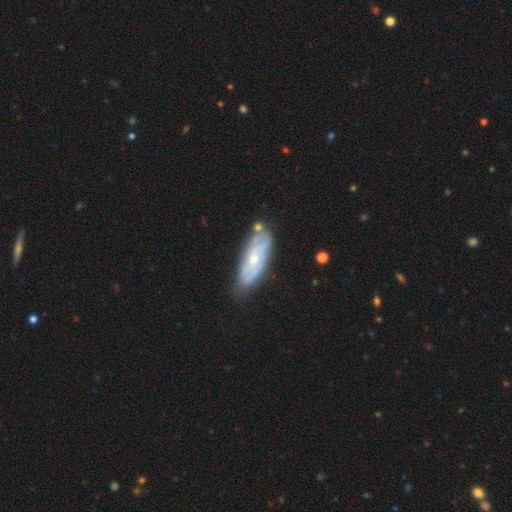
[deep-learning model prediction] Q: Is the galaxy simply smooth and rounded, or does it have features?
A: featured or disk — 61%.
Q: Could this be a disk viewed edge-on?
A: no — 78%.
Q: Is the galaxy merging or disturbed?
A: none — 74%.